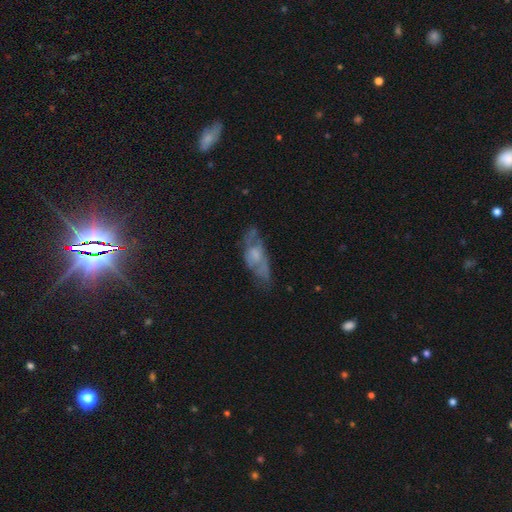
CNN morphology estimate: smooth-or-featured: featured or disk: 53% | smooth: 35% | star or artifact: 12%
  disk-edge-on: no: 78% | yes: 22%
  merging: none: 51% | minor disturbance: 26% | major disturbance: 19% | merger: 4%